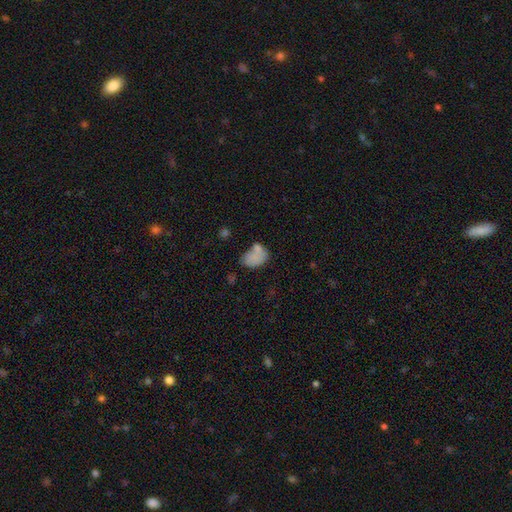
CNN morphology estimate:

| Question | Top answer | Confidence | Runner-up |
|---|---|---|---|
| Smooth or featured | smooth | 77% | featured or disk (12%) |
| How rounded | in between | 80% | round (19%) |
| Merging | none | 37% | merger (28%) |